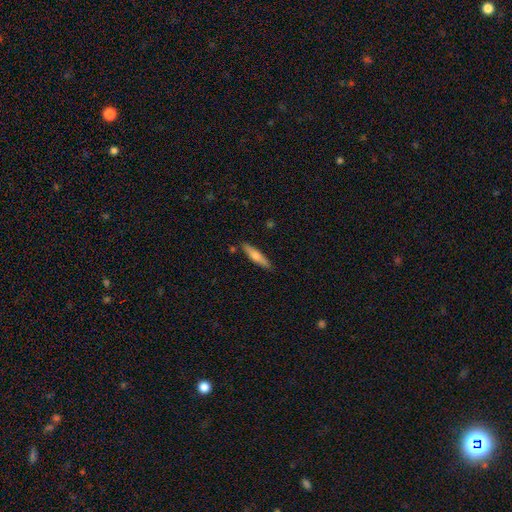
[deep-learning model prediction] Smooth or featured?
  - smooth: 61% *
  - featured or disk: 33%
  - star or artifact: 6%
How rounded?
  - cigar-shaped: 82% *
  - in between: 16%
  - round: 2%
Merging?
  - none: 85% *
  - minor disturbance: 11%
  - merger: 3%
  - major disturbance: 2%